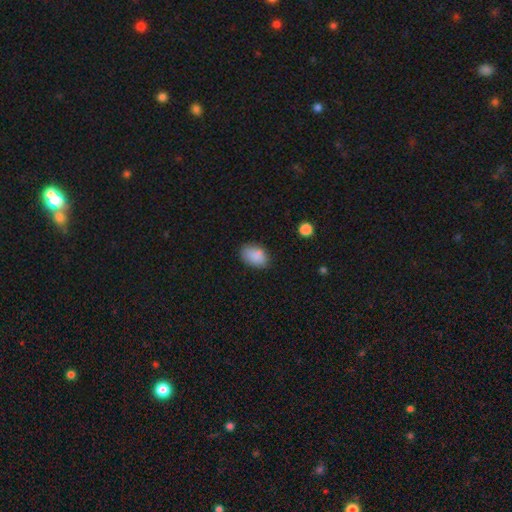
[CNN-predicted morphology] Smooth or featured? smooth (86%)
How rounded? in between (87%)
Merging? none (76%)